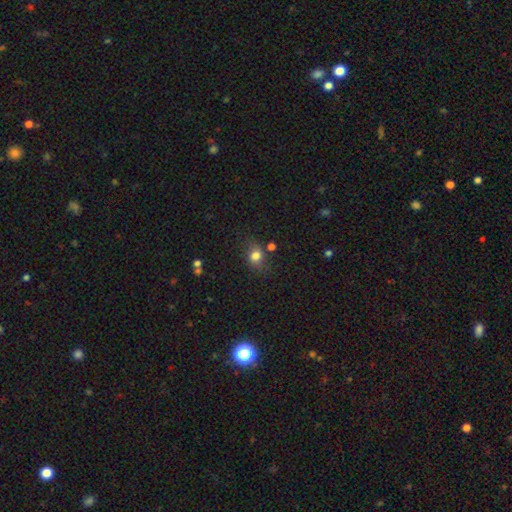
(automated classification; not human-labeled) The model was most divided on "how rounded" (2-way tie): round: 49%, in between: 49%, cigar-shaped: 2%. More confident: smooth or featured — smooth (76%); merging — none (69%).